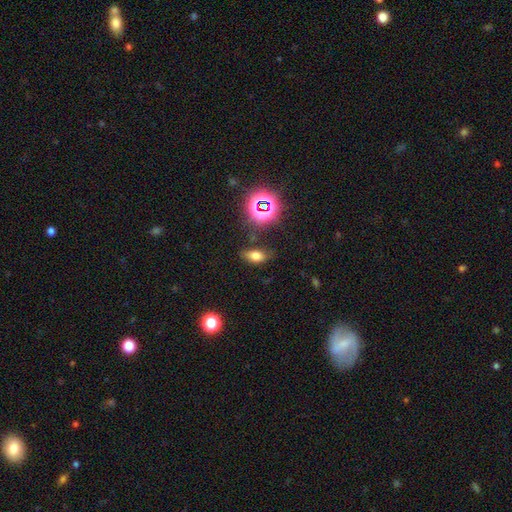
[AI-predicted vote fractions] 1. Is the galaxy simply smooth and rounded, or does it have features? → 68% smooth, 21% star or artifact, 11% featured or disk.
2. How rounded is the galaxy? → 83% in between, 11% round, 5% cigar-shaped.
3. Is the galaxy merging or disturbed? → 75% none, 16% minor disturbance, 5% major disturbance, 4% merger.